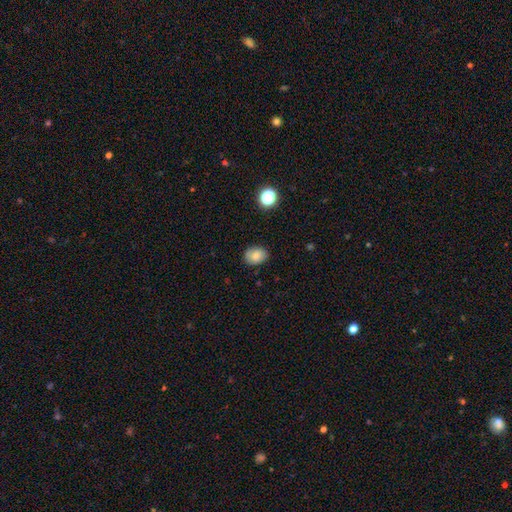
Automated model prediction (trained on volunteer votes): smooth_or_featured: smooth (p=0.77) [alt: featured or disk p=0.13]
how_rounded: in between (p=0.61) [alt: round p=0.38]
merging: none (p=0.79) [alt: minor disturbance p=0.17]